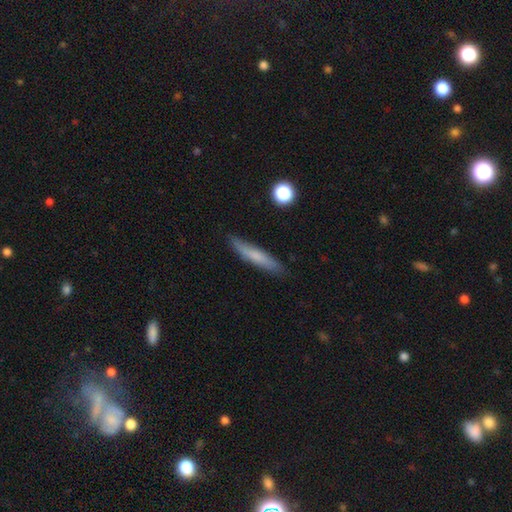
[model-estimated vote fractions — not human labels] This appears to be a smooth galaxy with no disk features (65%) that is cigar-shaped (90%). Merging: none (84%).